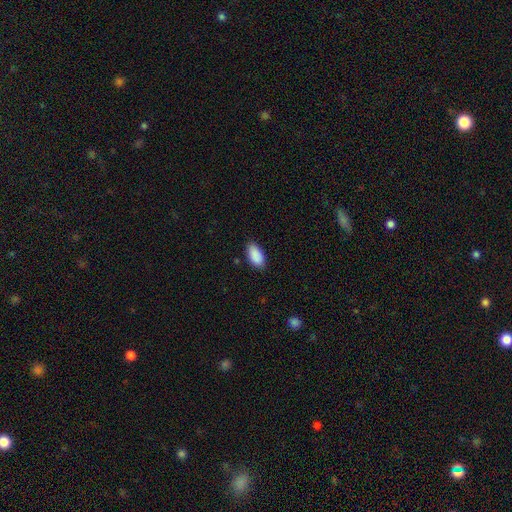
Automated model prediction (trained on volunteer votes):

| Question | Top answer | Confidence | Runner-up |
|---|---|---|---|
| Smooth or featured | smooth | 91% | star or artifact (6%) |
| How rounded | in between | 94% | cigar-shaped (3%) |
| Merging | none | 83% | minor disturbance (14%) |